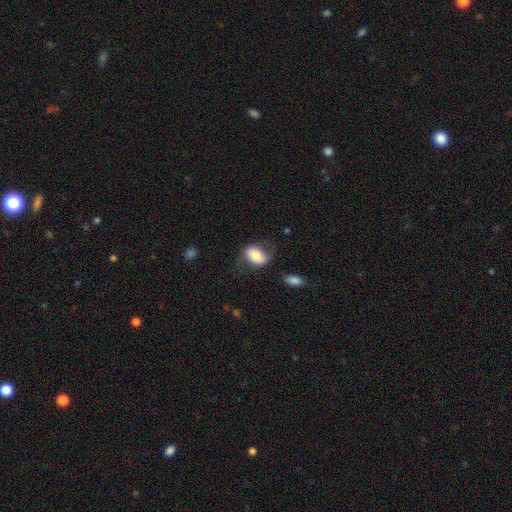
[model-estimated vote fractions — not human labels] Smooth or featured: smooth — 75% (featured or disk — 18%)
How rounded: in between — 82% (round — 16%)
Merging: none — 65% (minor disturbance — 23%)